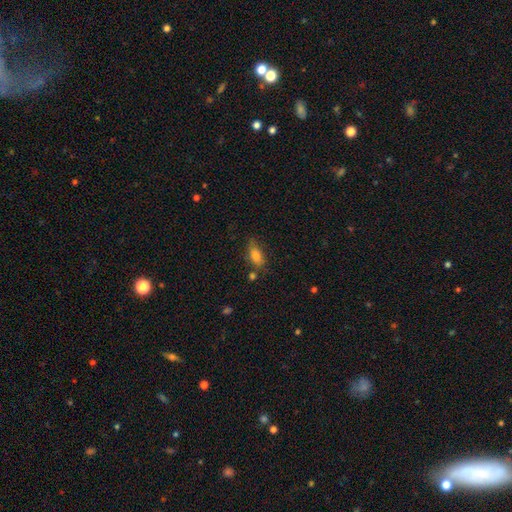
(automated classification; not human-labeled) Smooth or featured?
  - smooth: 79% *
  - featured or disk: 12%
  - star or artifact: 9%
How rounded?
  - in between: 84% *
  - cigar-shaped: 10%
  - round: 6%
Merging?
  - none: 61% *
  - minor disturbance: 24%
  - merger: 8%
  - major disturbance: 7%